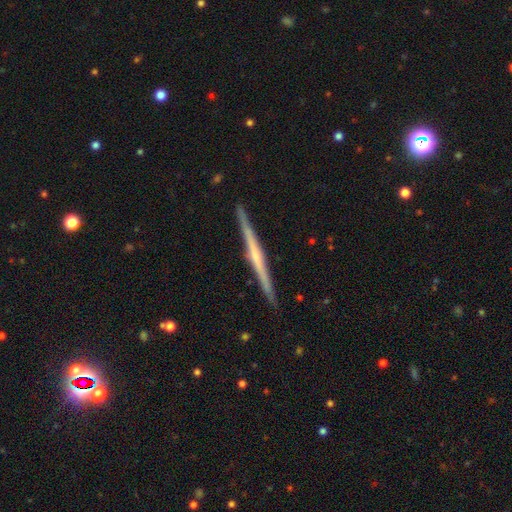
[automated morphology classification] The model was most divided on "edge-on bulge": none: 53%, rounded: 34%, boxy: 12%. More confident: edge-on disk — yes (98%); merging — none (92%); smooth or featured — featured or disk (73%).